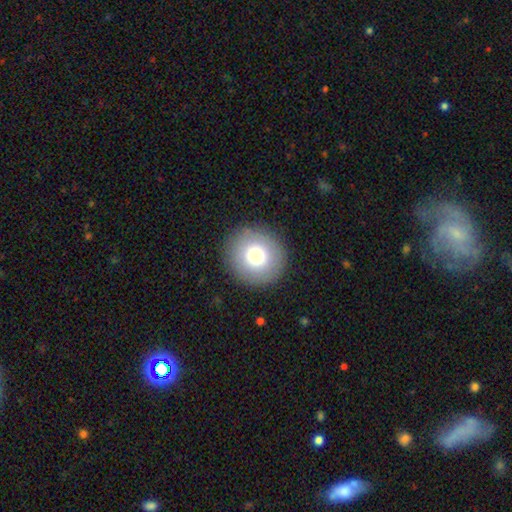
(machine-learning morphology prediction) The model was most divided on "smooth or featured": smooth: 77%, featured or disk: 13%, star or artifact: 9%. More confident: how rounded — round (91%); merging — none (89%).